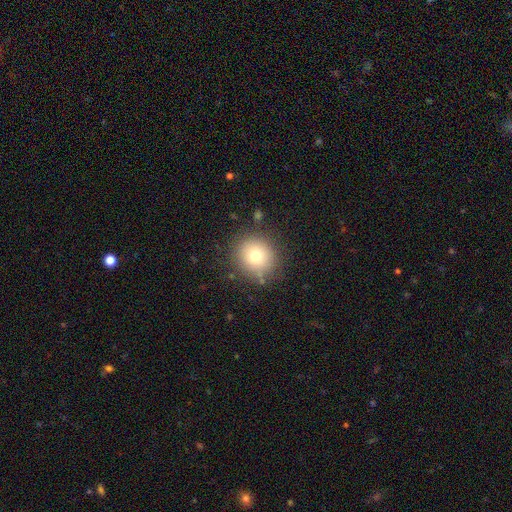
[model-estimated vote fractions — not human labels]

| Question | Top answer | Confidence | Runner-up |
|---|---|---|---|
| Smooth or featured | smooth | 75% | star or artifact (13%) |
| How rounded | round | 89% | in between (10%) |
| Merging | none | 85% | minor disturbance (10%) |